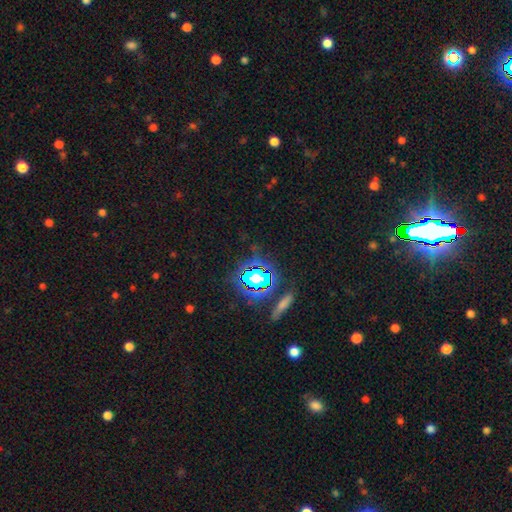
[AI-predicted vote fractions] Smooth or featured: star or artifact — 82% (smooth — 10%)